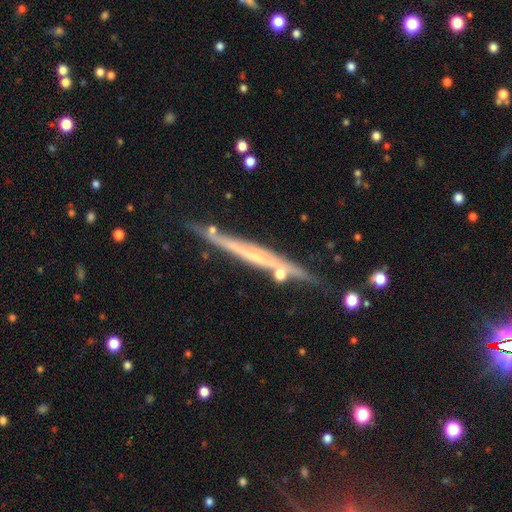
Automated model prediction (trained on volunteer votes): smooth_or_featured: featured or disk (p=0.70) [alt: smooth p=0.23]
disk_edge_on: yes (p=0.95) [alt: no p=0.05]
edge_on_bulge: none (p=0.70) [alt: rounded p=0.23]
merging: none (p=0.77) [alt: minor disturbance p=0.14]